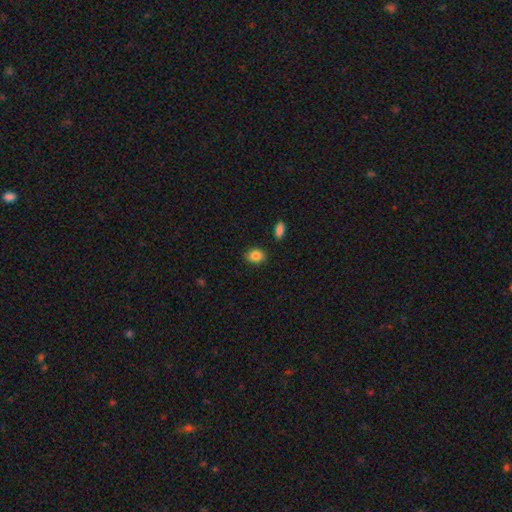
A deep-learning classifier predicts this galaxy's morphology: type=smooth (87%); roundness=in between (69%); merging=none (85%).